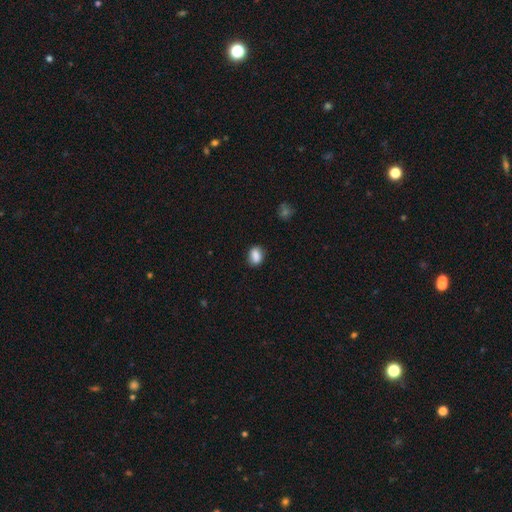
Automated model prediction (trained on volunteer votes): This appears to be a smooth galaxy with no disk features (86%) that is in between round and cigar-shaped (71%). Merging: none (79%).